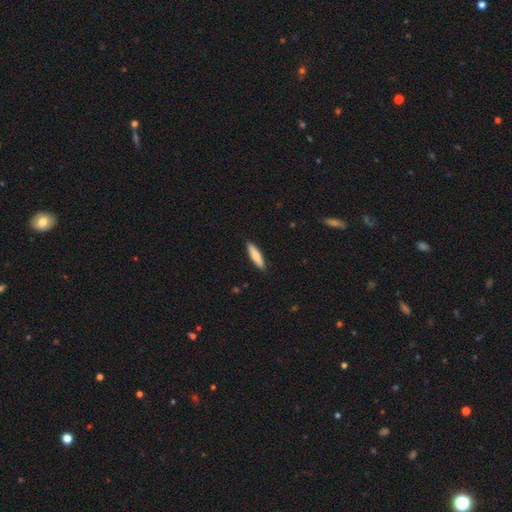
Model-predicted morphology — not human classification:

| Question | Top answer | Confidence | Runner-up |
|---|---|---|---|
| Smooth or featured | smooth | 74% | featured or disk (21%) |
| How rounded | cigar-shaped | 77% | in between (21%) |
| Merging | none | 90% | minor disturbance (7%) |